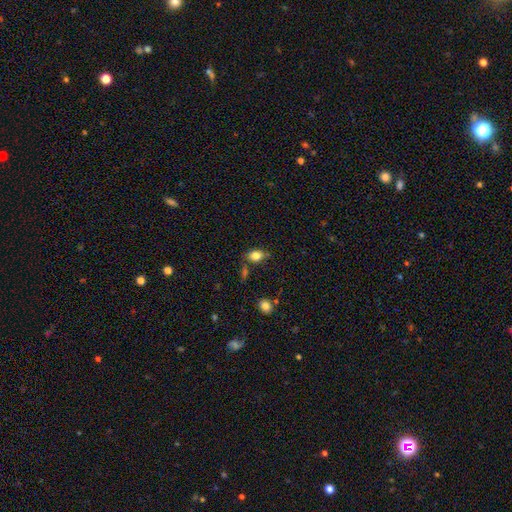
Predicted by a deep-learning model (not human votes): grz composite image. It shows a smooth galaxy with no disk features (80%) that is in between round and cigar-shaped (75%). Merging: none (70%).